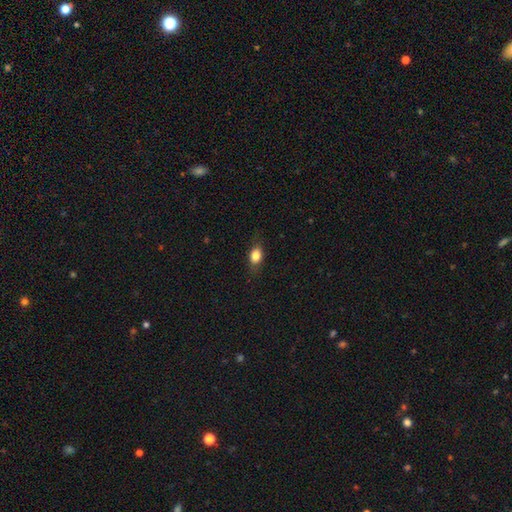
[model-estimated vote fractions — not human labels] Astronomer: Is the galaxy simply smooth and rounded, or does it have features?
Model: smooth — 81%.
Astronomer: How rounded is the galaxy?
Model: in between — 75%.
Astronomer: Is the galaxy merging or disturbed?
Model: none — 81%.